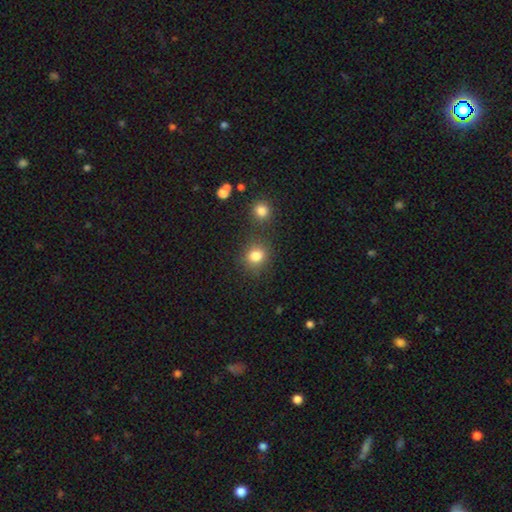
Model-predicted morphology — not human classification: A smooth galaxy with no disk features (82%) that is round (78%).

Vote fractions:
- Smooth or featured? smooth: 82% / star or artifact: 13% / featured or disk: 5%
- How rounded? round: 78% / in between: 21% / cigar-shaped: 1%
- Merging? none: 77% / minor disturbance: 10% / merger: 9% / major disturbance: 4%